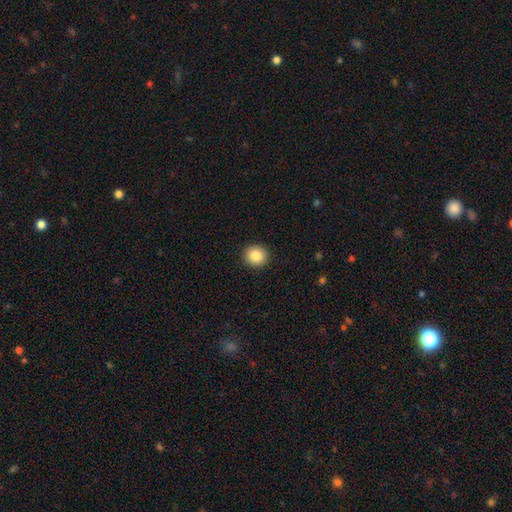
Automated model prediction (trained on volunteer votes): Smooth or featured: smooth — 86% (star or artifact — 9%)
How rounded: round — 91% (in between — 8%)
Merging: none — 93% (minor disturbance — 5%)